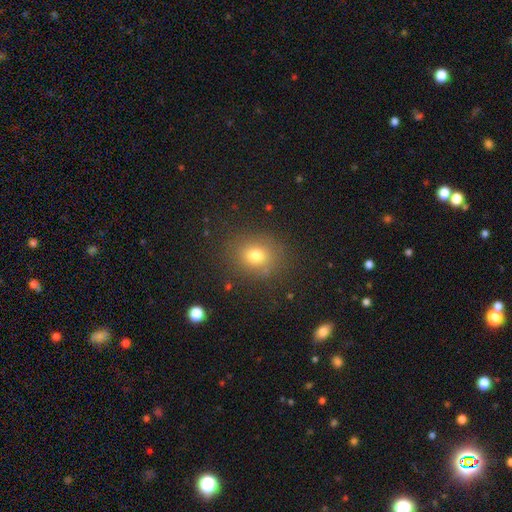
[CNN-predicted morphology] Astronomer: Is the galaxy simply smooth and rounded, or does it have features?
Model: smooth — 75%.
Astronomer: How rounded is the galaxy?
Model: round — 67%.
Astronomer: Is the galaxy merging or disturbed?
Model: none — 83%.